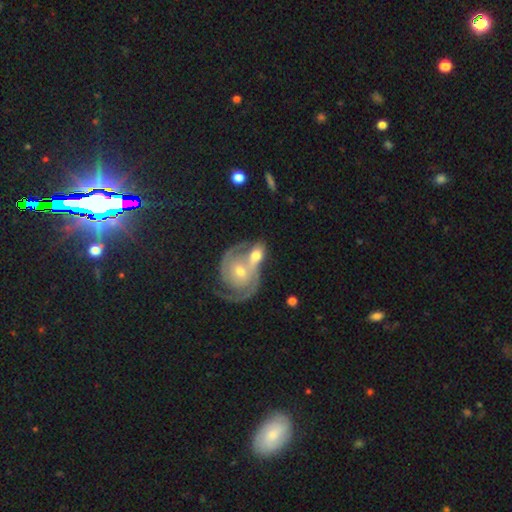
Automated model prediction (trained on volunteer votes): smooth-or-featured: featured or disk: 64% | smooth: 29% | star or artifact: 7%
  disk-edge-on: no: 96% | yes: 4%
    bar: no: 67% | weak: 26% | strong: 7%
    has-spiral-arms: yes: 85% | no: 15%
      spiral-winding: tight: 50% | medium: 37% | loose: 14%
      spiral-arm-count: 2: 68% | can't tell: 15% | 1: 7% | 3: 6% | 4: 2% | more than 4: 2%
    bulge-size: moderate: 46% | small: 42% | large: 7% | none: 3% | dominant: 2%
  merging: merger: 64% | none: 21% | minor disturbance: 8% | major disturbance: 6%